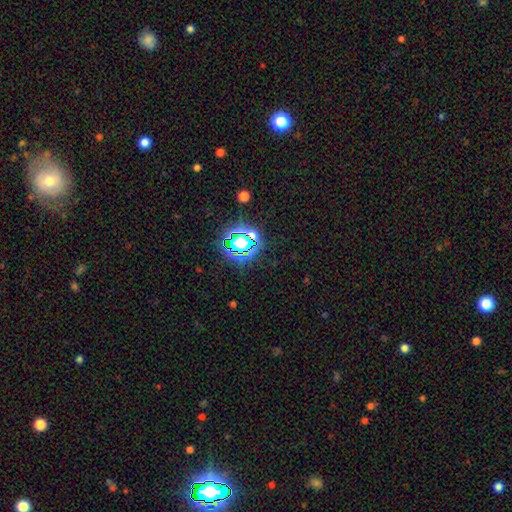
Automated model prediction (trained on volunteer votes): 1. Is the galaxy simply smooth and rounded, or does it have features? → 80% star or artifact, 13% smooth, 7% featured or disk.